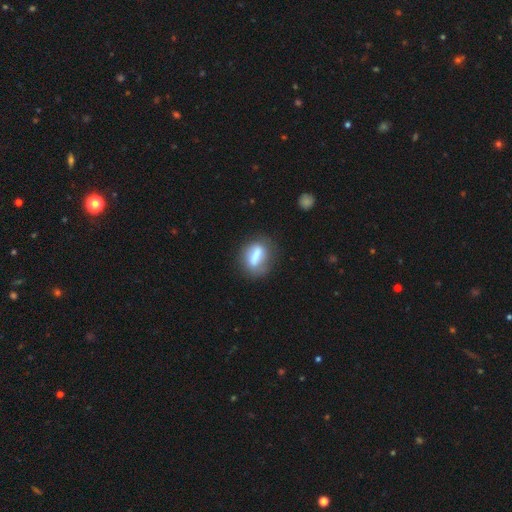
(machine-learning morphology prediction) smooth_or_featured: smooth (p=0.57) [alt: featured or disk p=0.34]
how_rounded: in between (p=0.53) [alt: cigar-shaped p=0.29]
merging: none (p=0.71) [alt: minor disturbance p=0.18]